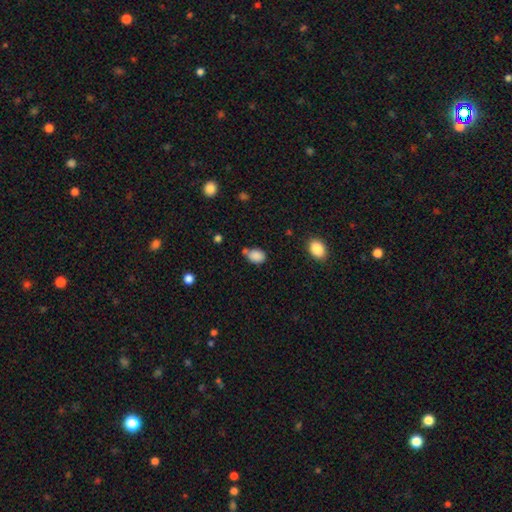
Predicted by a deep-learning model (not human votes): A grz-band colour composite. It shows a smooth galaxy with no disk features (86%) that is in between round and cigar-shaped (69%). Merging: none (58%).